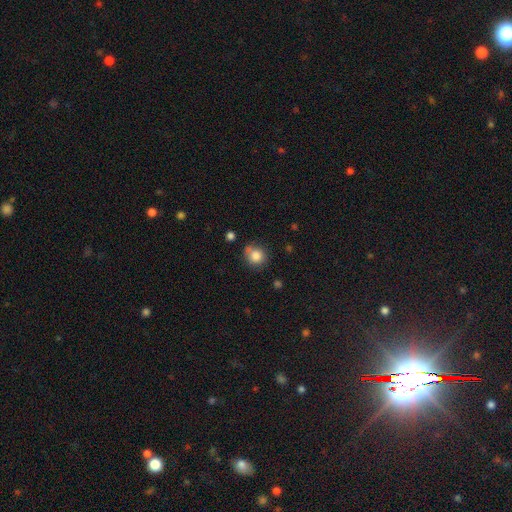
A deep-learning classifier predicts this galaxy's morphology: Q: Smooth or featured?
A: smooth (84%); runner-up: star or artifact (10%)
Q: How rounded?
A: round (86%); runner-up: in between (13%)
Q: Merging?
A: none (68%); runner-up: minor disturbance (19%)